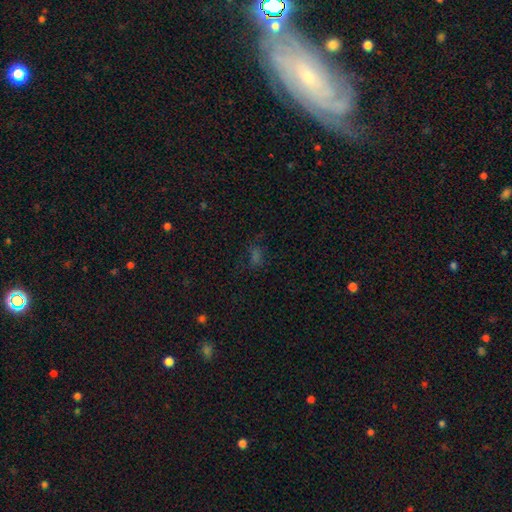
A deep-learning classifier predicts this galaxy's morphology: This appears to be a smooth galaxy with no disk features (44%). Merging: none (63%).